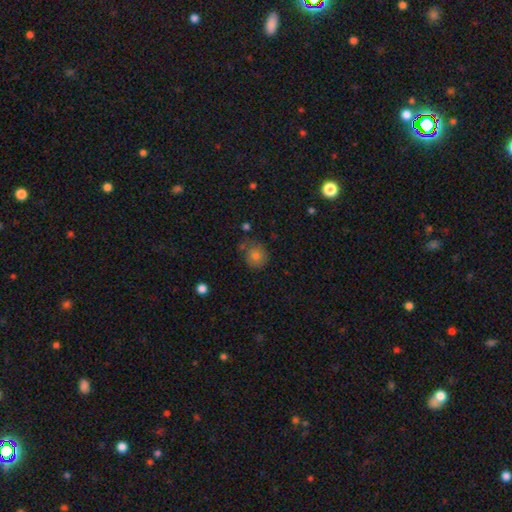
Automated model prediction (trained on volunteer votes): smooth-or-featured: smooth: 76% | star or artifact: 12% | featured or disk: 12%
  how-rounded: round: 81% | in between: 18% | cigar-shaped: 1%
  merging: none: 69% | minor disturbance: 20% | merger: 6% | major disturbance: 5%